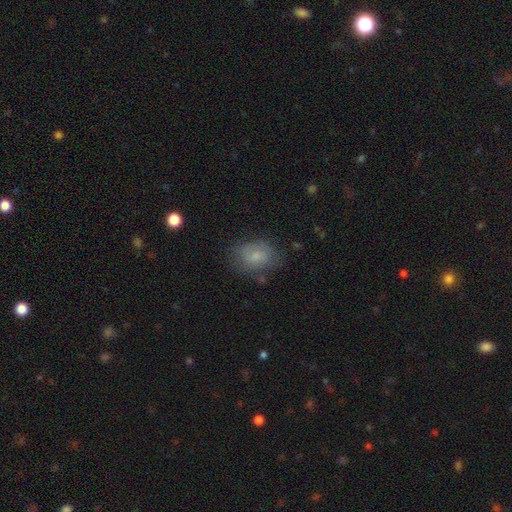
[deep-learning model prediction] A smooth galaxy with no disk features (68%) that is in between round and cigar-shaped (68%). Merging: none (64%).